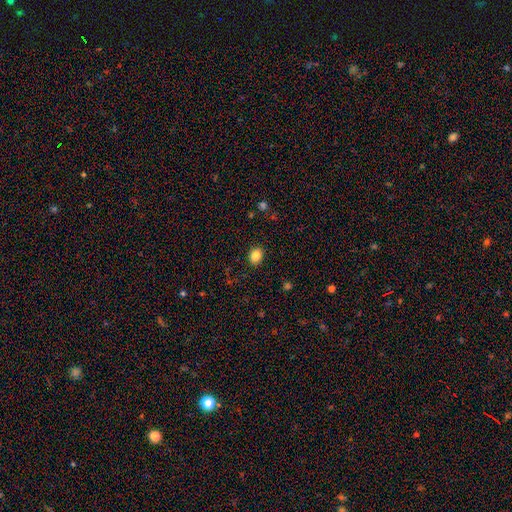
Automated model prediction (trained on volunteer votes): Morphology: type=smooth (85%); roundness=round (55%); merging=none (89%).